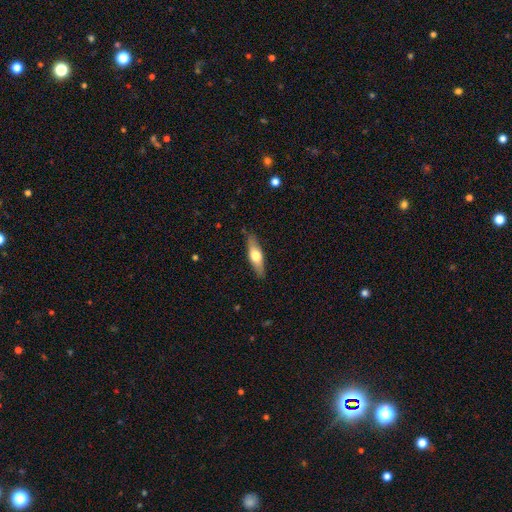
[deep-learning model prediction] Smooth or featured? Predicted: smooth (p=0.49). Merging? Predicted: none (p=0.87).